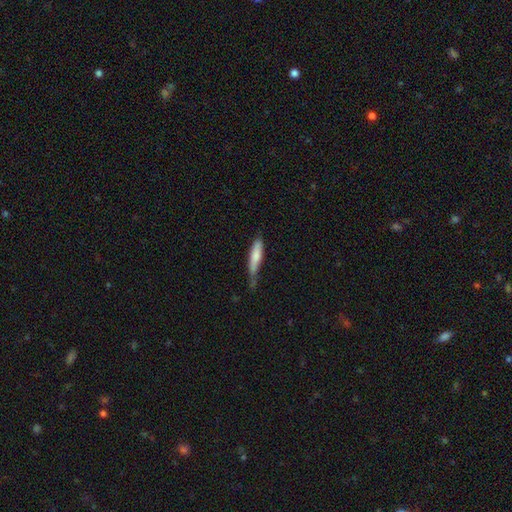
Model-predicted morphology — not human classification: Overall: smooth (76%). How rounded: cigar-shaped (78%). Merging: none (42%; minor disturbance 41%).